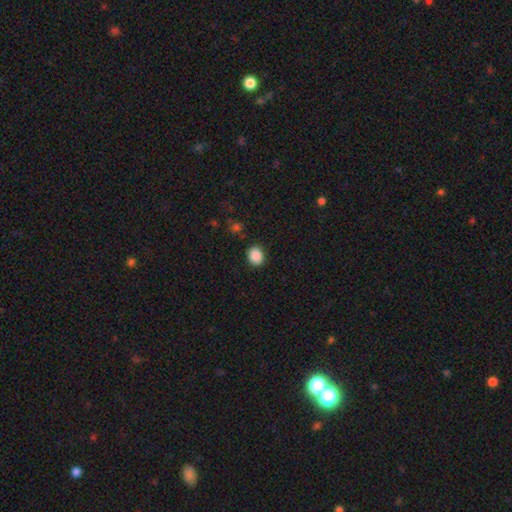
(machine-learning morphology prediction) Smooth or featured? Predicted: smooth (p=0.88). How rounded? Predicted: round (p=0.58). Merging? Predicted: none (p=0.87).